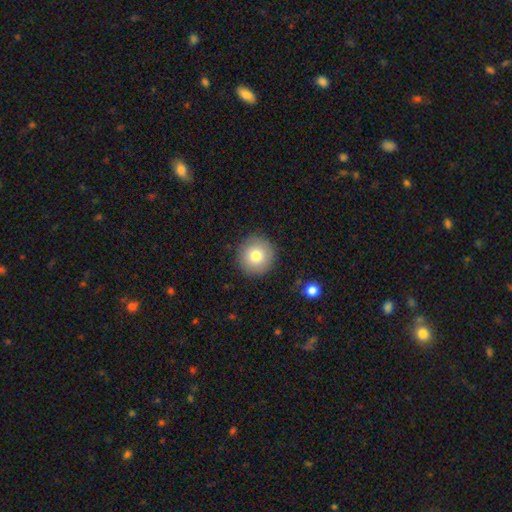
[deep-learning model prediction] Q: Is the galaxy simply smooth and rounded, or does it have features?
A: smooth — 79%.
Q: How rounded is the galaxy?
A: round — 95%.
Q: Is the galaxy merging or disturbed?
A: none — 90%.